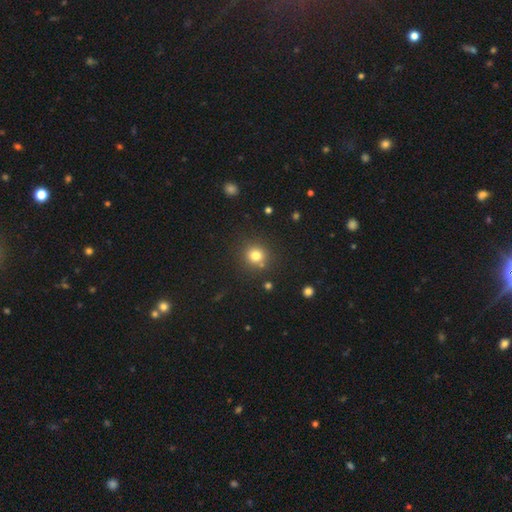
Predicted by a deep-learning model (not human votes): smooth_or_featured: smooth (p=0.79) [alt: star or artifact p=0.14]
how_rounded: round (p=0.91) [alt: in between p=0.08]
merging: none (p=0.82) [alt: minor disturbance p=0.08]